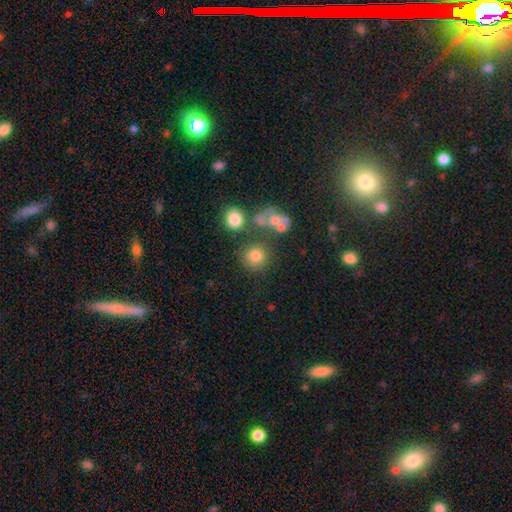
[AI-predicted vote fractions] smooth-or-featured: smooth: 76% | star or artifact: 14% | featured or disk: 10%
  how-rounded: round: 87% | in between: 12% | cigar-shaped: 1%
  merging: none: 66% | merger: 15% | minor disturbance: 12% | major disturbance: 7%